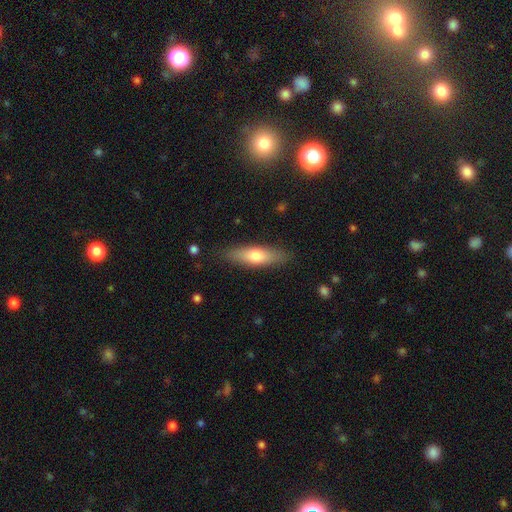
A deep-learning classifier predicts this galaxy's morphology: Smooth or featured?
  - smooth: 66% *
  - featured or disk: 28%
  - star or artifact: 6%
How rounded?
  - cigar-shaped: 53% *
  - in between: 45%
  - round: 2%
Merging?
  - none: 85% *
  - minor disturbance: 11%
  - major disturbance: 3%
  - merger: 1%